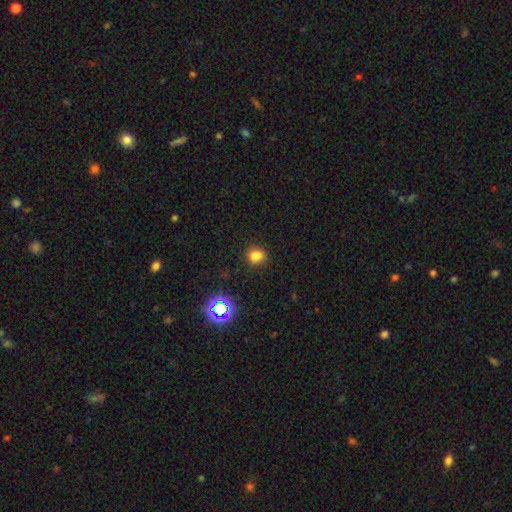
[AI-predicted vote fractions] Smooth or featured? Predicted: smooth (p=0.78). How rounded? Predicted: round (p=0.77). Merging? Predicted: none (p=0.88).